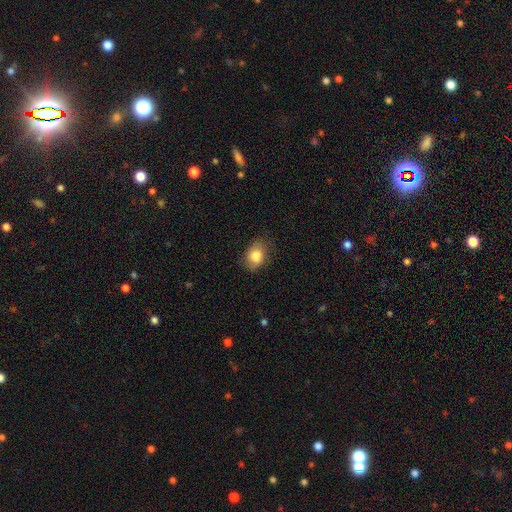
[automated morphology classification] Overall: smooth (81%). How rounded: in between (74%). Merging: none (71%).